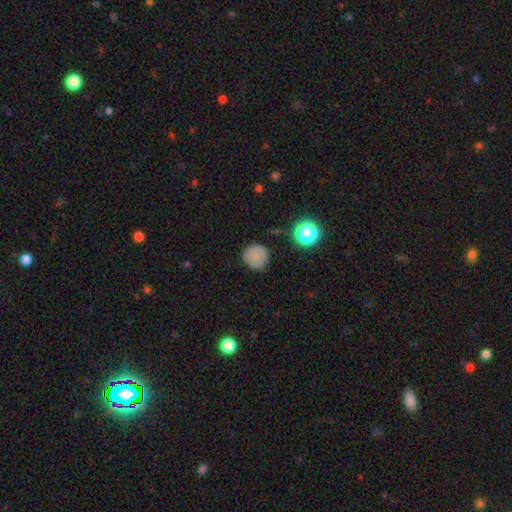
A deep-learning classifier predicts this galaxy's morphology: smooth-or-featured: smooth: 76% | star or artifact: 14% | featured or disk: 10%
  how-rounded: round: 92% | in between: 7% | cigar-shaped: 1%
  merging: none: 81% | minor disturbance: 13% | major disturbance: 4% | merger: 2%